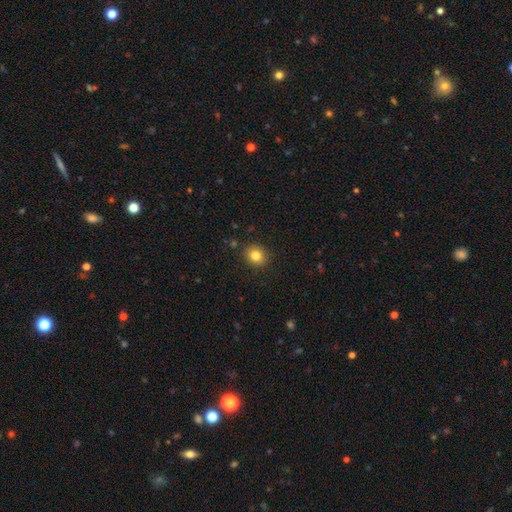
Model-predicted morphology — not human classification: The model was most divided on "how rounded": round: 74%, in between: 25%, cigar-shaped: 1%. More confident: merging — none (90%); smooth or featured — smooth (82%).